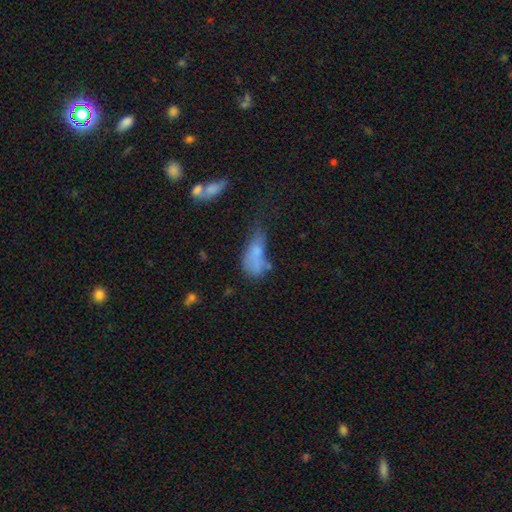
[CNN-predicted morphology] A smooth galaxy with no disk features (65%) that is in between round and cigar-shaped (78%). Merging: major disturbance (32%).